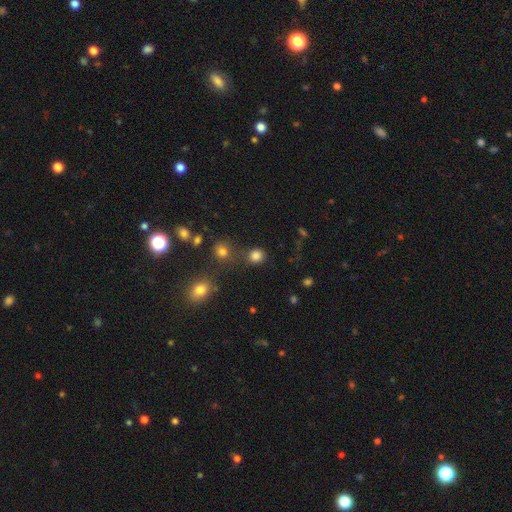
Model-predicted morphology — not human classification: Smooth or featured?
  - smooth: 81% *
  - star or artifact: 15%
  - featured or disk: 4%
How rounded?
  - round: 86% *
  - in between: 13%
  - cigar-shaped: 1%
Merging?
  - none: 76% *
  - minor disturbance: 10%
  - merger: 9%
  - major disturbance: 4%